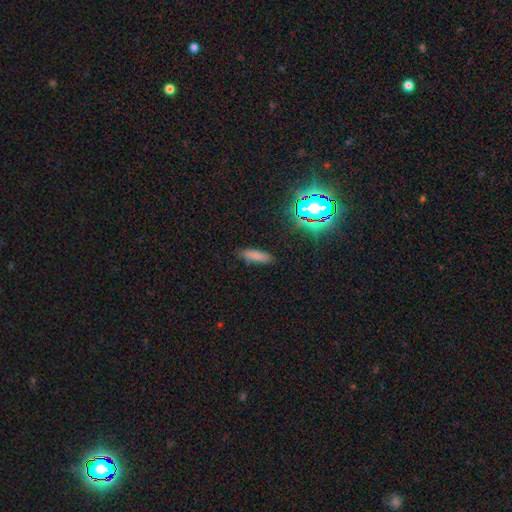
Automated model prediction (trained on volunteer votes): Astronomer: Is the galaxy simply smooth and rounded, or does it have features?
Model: smooth — 77%.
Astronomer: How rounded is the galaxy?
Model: cigar-shaped — 57% (runner-up: in between, 41%).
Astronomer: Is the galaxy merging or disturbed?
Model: none — 84%.